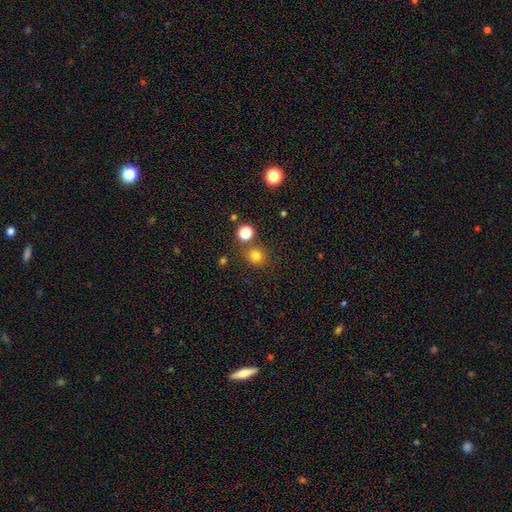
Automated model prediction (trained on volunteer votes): Morphology: type=smooth (78%); roundness=round (90%); merging=none (80%).